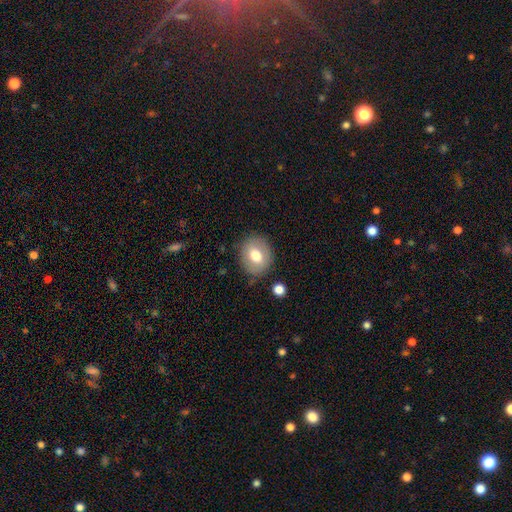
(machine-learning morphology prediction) Smooth or featured? Predicted: smooth (p=0.72). How rounded? Predicted: round (p=0.58). Merging? Predicted: none (p=0.82).